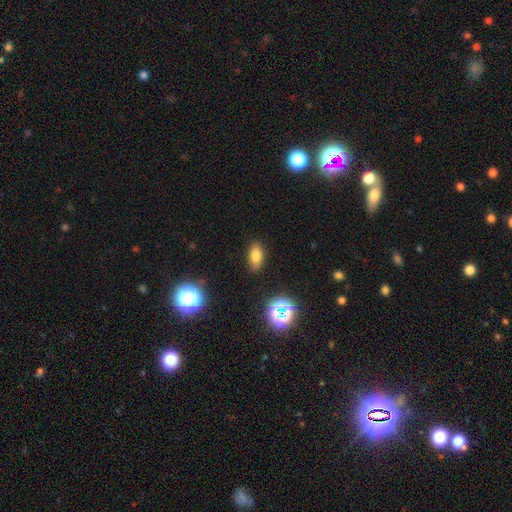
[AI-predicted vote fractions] smooth-or-featured: smooth: 77% | star or artifact: 14% | featured or disk: 10%
  how-rounded: in between: 86% | round: 8% | cigar-shaped: 6%
  merging: none: 86% | minor disturbance: 10% | major disturbance: 2% | merger: 1%